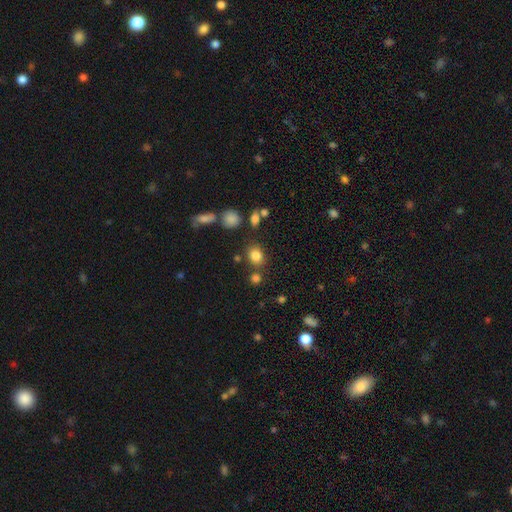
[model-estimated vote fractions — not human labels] Morphology: type=smooth (81%); roundness=round (57%); merging=none (74%).